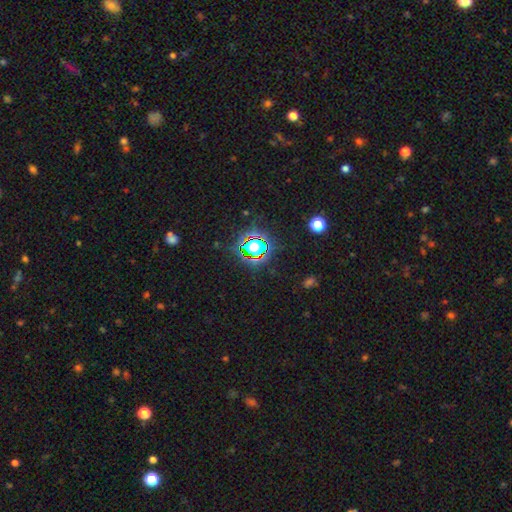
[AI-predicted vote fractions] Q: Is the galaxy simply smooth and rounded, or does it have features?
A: star or artifact — 73%.